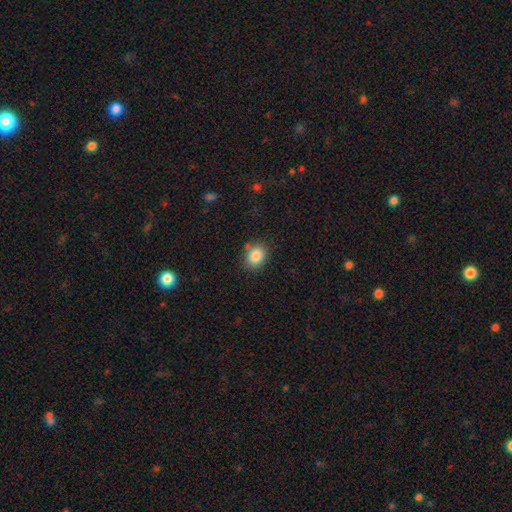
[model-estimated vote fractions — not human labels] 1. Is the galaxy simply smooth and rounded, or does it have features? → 85% smooth, 9% star or artifact, 5% featured or disk.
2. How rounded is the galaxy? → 53% round, 46% in between, 1% cigar-shaped.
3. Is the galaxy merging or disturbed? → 79% none, 13% minor disturbance, 4% merger, 3% major disturbance.